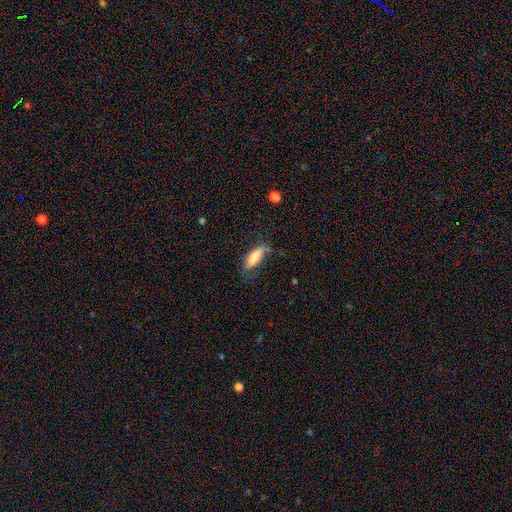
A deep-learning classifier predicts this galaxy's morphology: This appears to be a smooth galaxy with no disk features (81%) that is in between round and cigar-shaped (60%). Merging: none (55%).